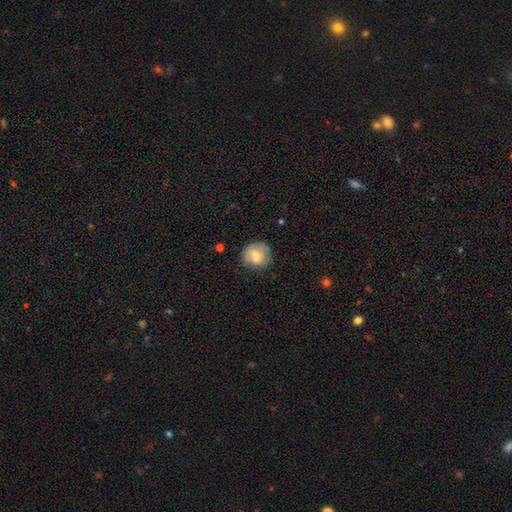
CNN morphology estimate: This appears to be a smooth galaxy with no disk features (67%) that is round (84%). Merging: none (73%).